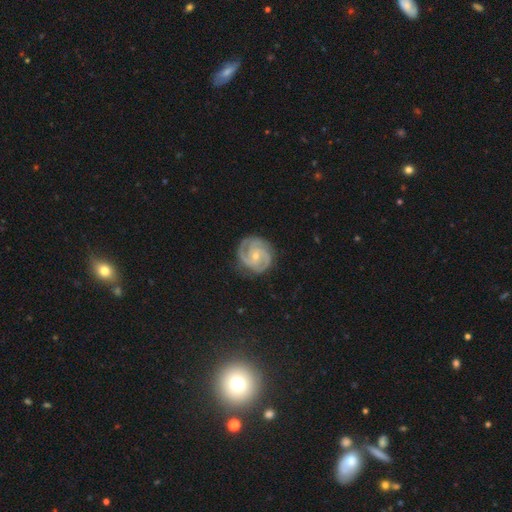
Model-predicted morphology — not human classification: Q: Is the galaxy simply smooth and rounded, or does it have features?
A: featured or disk — 91%.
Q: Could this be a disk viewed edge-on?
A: no — 98%.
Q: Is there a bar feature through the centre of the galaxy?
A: no — 65%.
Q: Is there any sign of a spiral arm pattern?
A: yes — 98%.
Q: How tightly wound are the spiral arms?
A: tight — 63%.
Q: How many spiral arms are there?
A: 2 — 46%.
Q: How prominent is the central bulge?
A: small — 66%.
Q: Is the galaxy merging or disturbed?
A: none — 81%.